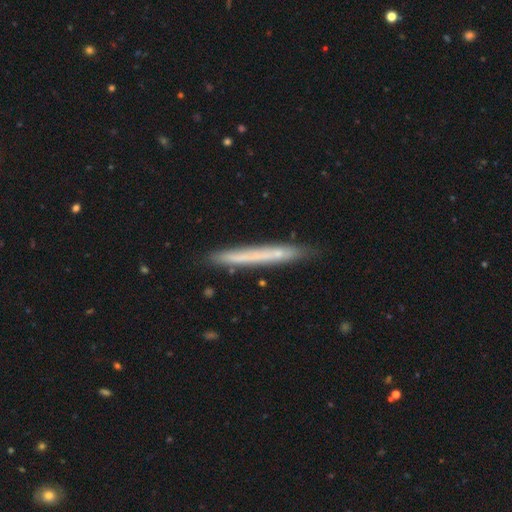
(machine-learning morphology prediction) Smooth or featured? smooth (52%)
How rounded? cigar-shaped (97%)
Merging? none (85%)